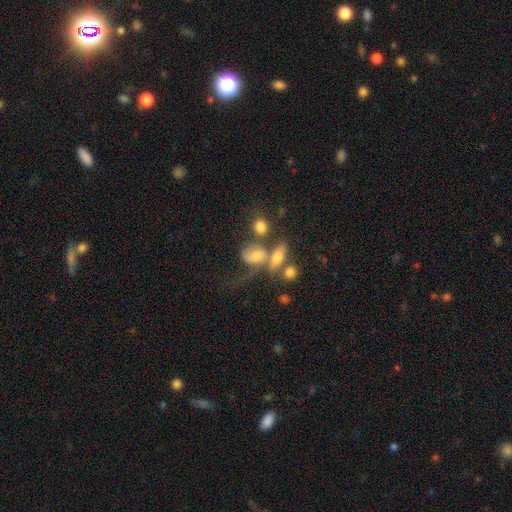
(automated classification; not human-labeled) smooth 52%, featured or disk 37%, star or artifact 12%. Down the decision tree: how rounded — in between (68%); merging — merger (41%).